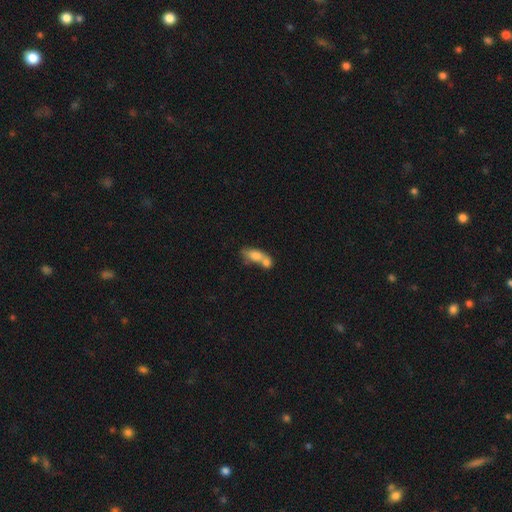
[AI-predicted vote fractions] This is likely a smooth galaxy (73%). How rounded: likely in between (74%). Merging: likely merger (64%).